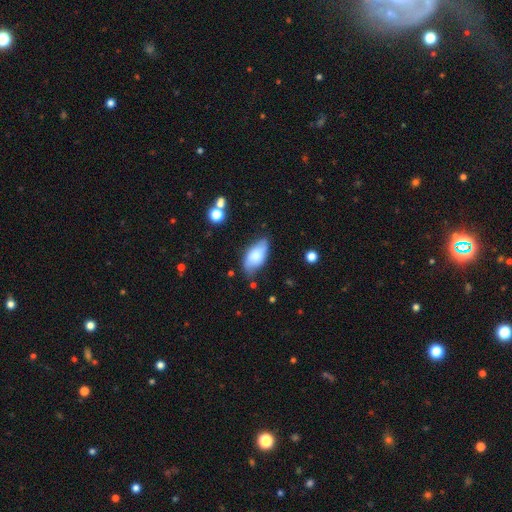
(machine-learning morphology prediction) smooth 74%, featured or disk 20%, star or artifact 7%. Down the decision tree: how rounded — in between (91%); merging — none (70%).